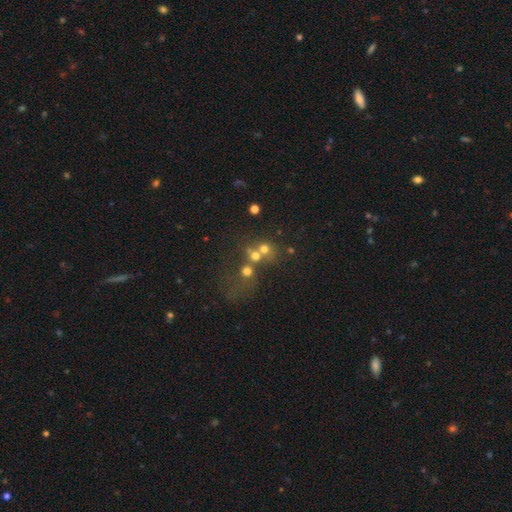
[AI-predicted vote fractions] The model was most divided on "merging": merger: 50%, none: 35%, major disturbance: 8%, minor disturbance: 7%. More confident: how rounded — round (78%); smooth or featured — smooth (58%).